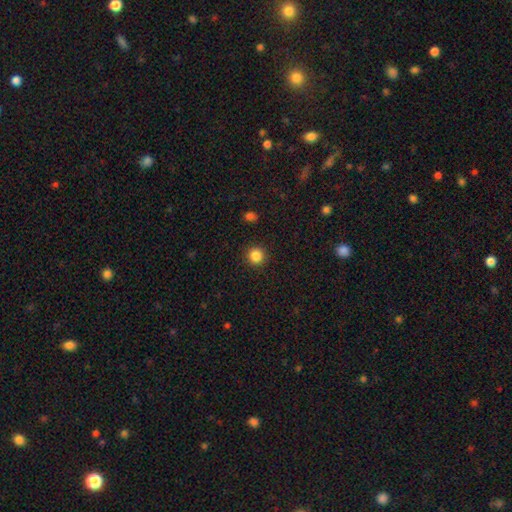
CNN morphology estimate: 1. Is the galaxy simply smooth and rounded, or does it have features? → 86% smooth, 11% star or artifact, 4% featured or disk.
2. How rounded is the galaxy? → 94% round, 5% in between, 1% cigar-shaped.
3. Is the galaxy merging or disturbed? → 93% none, 5% minor disturbance, 2% major disturbance, 1% merger.